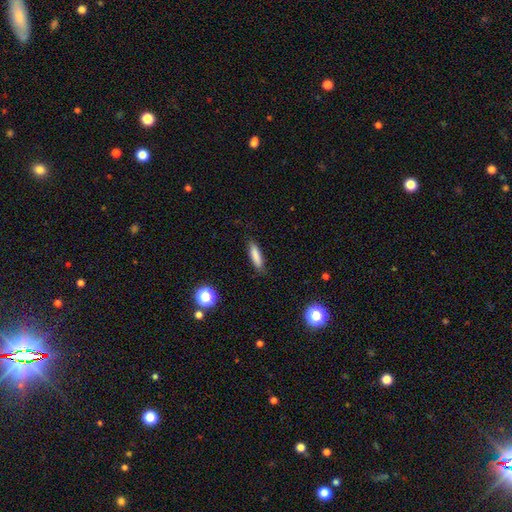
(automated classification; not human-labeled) Morphology: type=smooth (83%); roundness=cigar-shaped (73%); merging=none (86%).